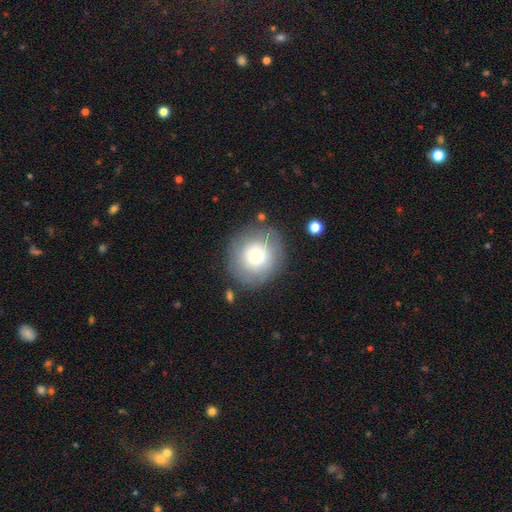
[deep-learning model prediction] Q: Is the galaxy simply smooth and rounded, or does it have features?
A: smooth — 76%.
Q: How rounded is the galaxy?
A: round — 88%.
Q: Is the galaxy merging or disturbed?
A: none — 78%.